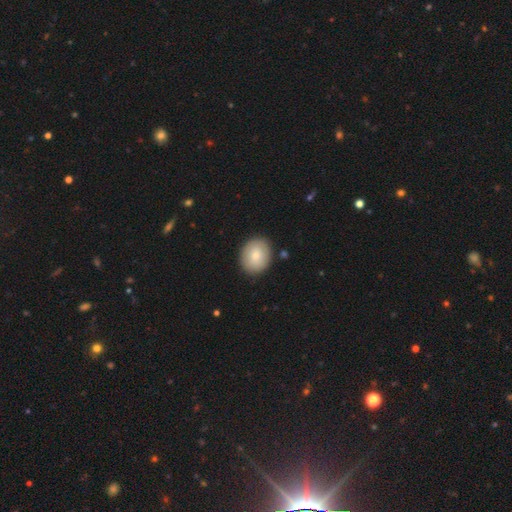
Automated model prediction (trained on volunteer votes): Overall: smooth (80%). How rounded: round (58%; in between 41%). Merging: none (87%).